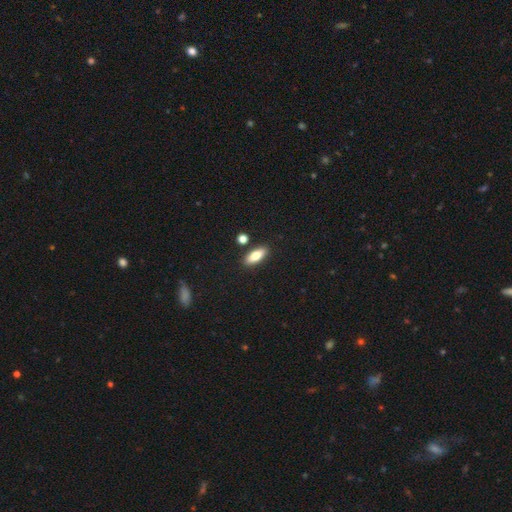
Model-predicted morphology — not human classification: Q: Smooth or featured?
A: smooth (79%); runner-up: featured or disk (14%)
Q: How rounded?
A: in between (75%); runner-up: cigar-shaped (22%)
Q: Merging?
A: none (84%); runner-up: minor disturbance (9%)